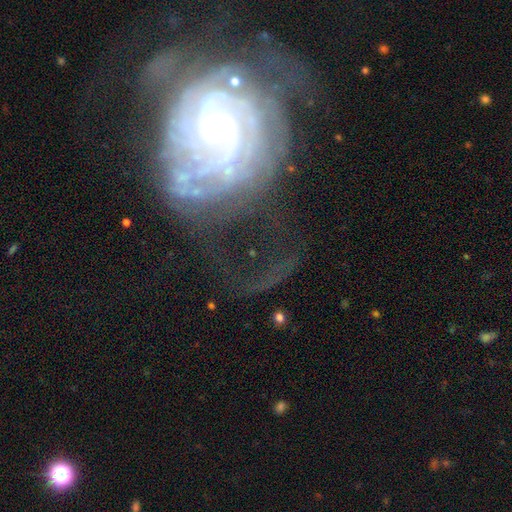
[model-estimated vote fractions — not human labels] This appears to be a featured or disk galaxy (85%) with no bar (60%), tight (73%) spiral arms (93%) and a small central bulge (71%). Merging: none (42%).